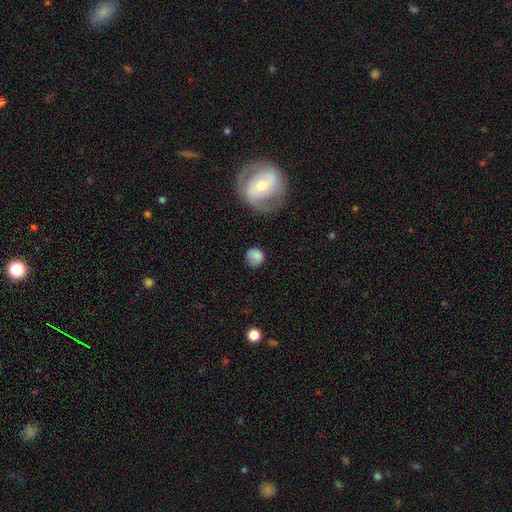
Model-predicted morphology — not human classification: A smooth galaxy with no disk features (78%) that is round (81%).

Vote fractions:
- Smooth or featured? smooth: 78% / featured or disk: 13% / star or artifact: 9%
- How rounded? round: 81% / in between: 18% / cigar-shaped: 1%
- Merging? none: 68% / minor disturbance: 20% / major disturbance: 9% / merger: 3%